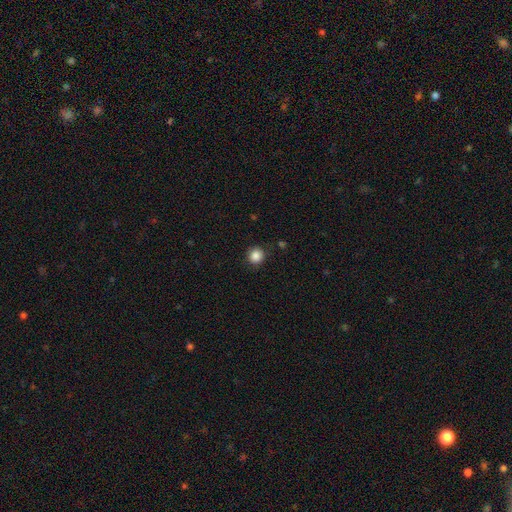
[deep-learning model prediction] A smooth galaxy with no disk features (86%) that is round (91%). Merging: none (87%).